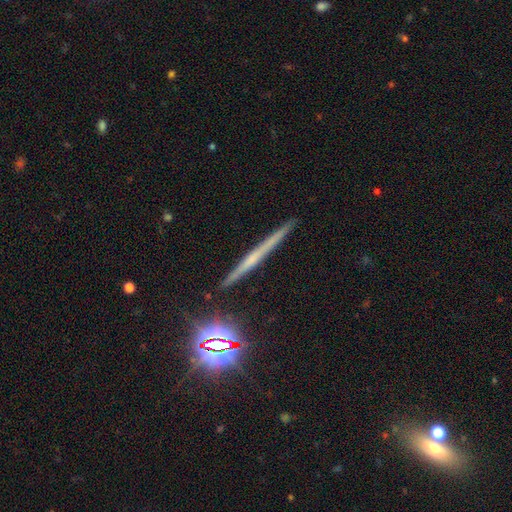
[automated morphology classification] The model was most divided on "smooth or featured": featured or disk: 55%, smooth: 28%, star or artifact: 17%. More confident: edge-on disk — yes (97%); merging — none (90%); edge-on bulge — none (68%).